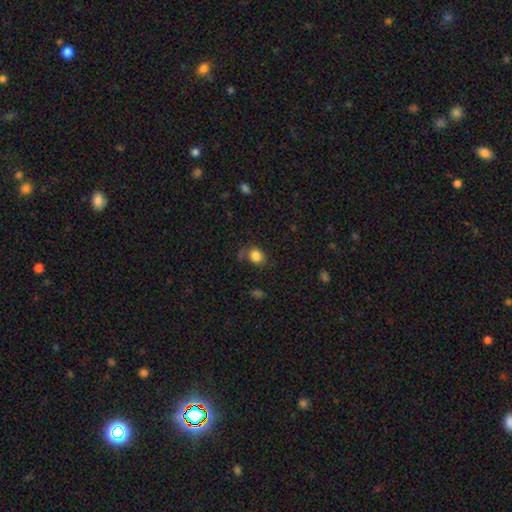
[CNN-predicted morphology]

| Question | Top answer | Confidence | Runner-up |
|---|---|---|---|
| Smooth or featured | smooth | 84% | star or artifact (10%) |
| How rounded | round | 62% | in between (38%) |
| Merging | none | 69% | minor disturbance (19%) |